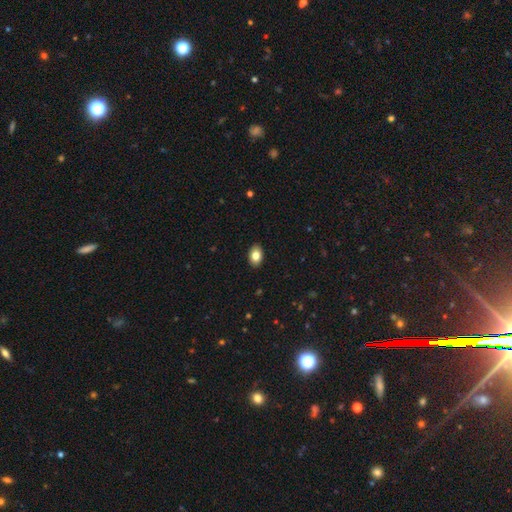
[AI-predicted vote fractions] smooth-or-featured: smooth: 82% | featured or disk: 10% | star or artifact: 8%
  how-rounded: in between: 86% | round: 13% | cigar-shaped: 1%
  merging: none: 90% | minor disturbance: 7% | major disturbance: 2% | merger: 1%